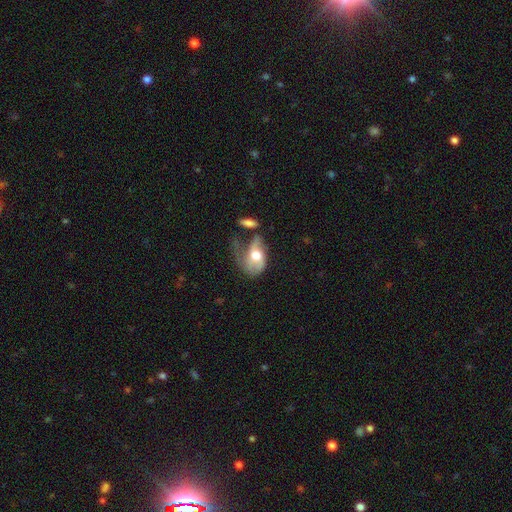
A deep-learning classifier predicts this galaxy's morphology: Smooth or featured: featured or disk — 48% (smooth — 45%)
Merging: major disturbance — 44% (minor disturbance — 22%)